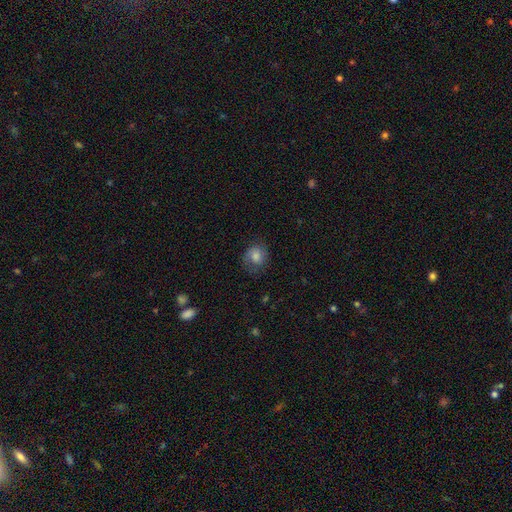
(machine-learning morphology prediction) A smooth galaxy with no disk features (67%) that is round (68%). Merging: none (69%).